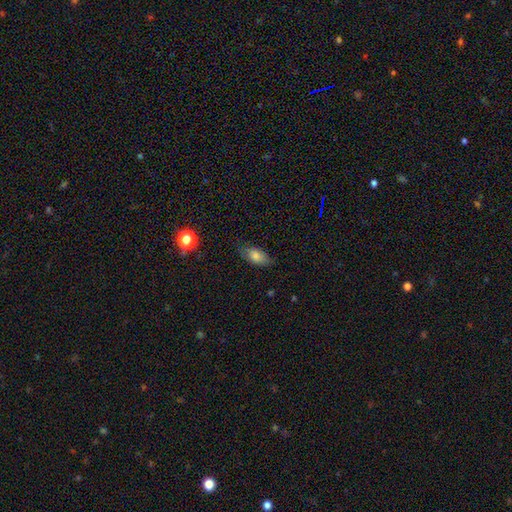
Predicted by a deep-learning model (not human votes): A smooth galaxy with no disk features (78%) that is in between round and cigar-shaped (87%). Merging: none (73%).